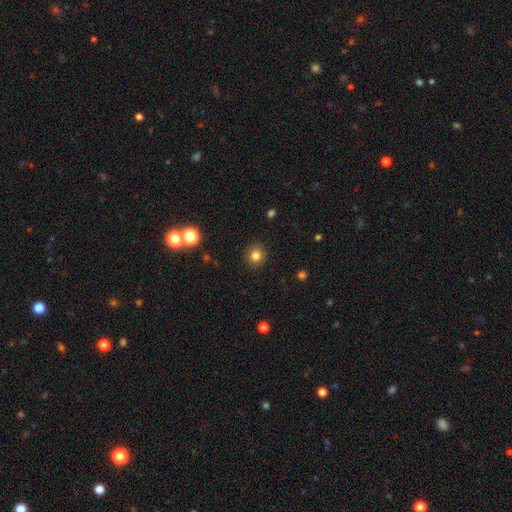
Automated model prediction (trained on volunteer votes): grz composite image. It shows a smooth galaxy with no disk features (81%) that is round (91%). Merging: none (91%).